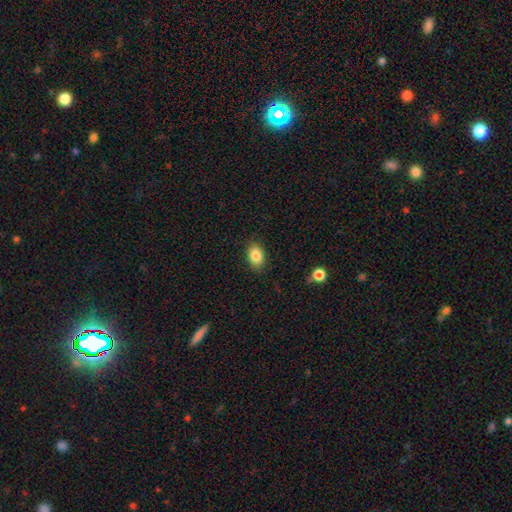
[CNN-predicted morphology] Q: Smooth or featured?
A: smooth (85%); runner-up: star or artifact (9%)
Q: How rounded?
A: in between (83%); runner-up: round (16%)
Q: Merging?
A: none (87%); runner-up: minor disturbance (10%)